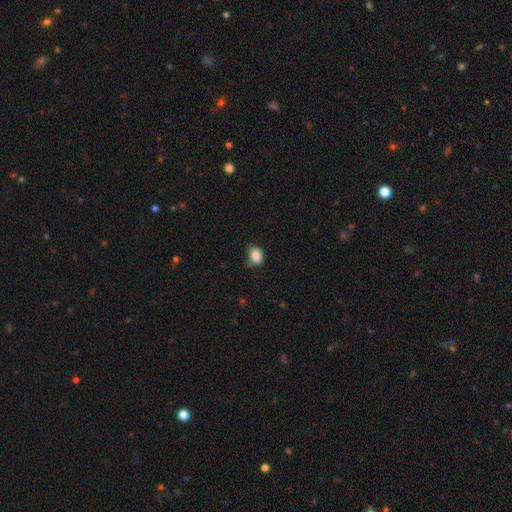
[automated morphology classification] smooth-or-featured: smooth: 85% | star or artifact: 9% | featured or disk: 5%
  how-rounded: in between: 59% | round: 40% | cigar-shaped: 1%
  merging: none: 54% | minor disturbance: 35% | major disturbance: 8% | merger: 3%